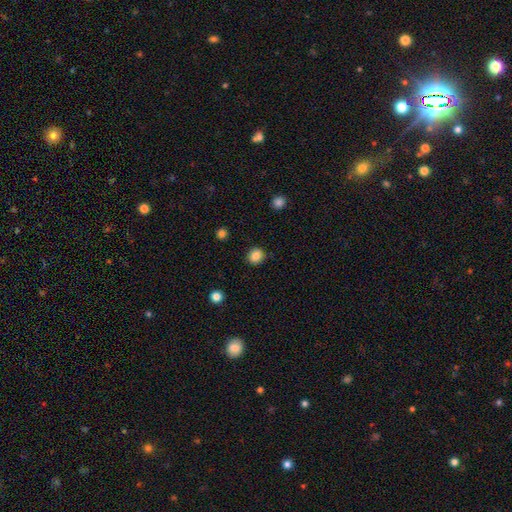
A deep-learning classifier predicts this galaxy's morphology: A smooth galaxy with no disk features (86%) that is round (82%). Merging: none (89%).